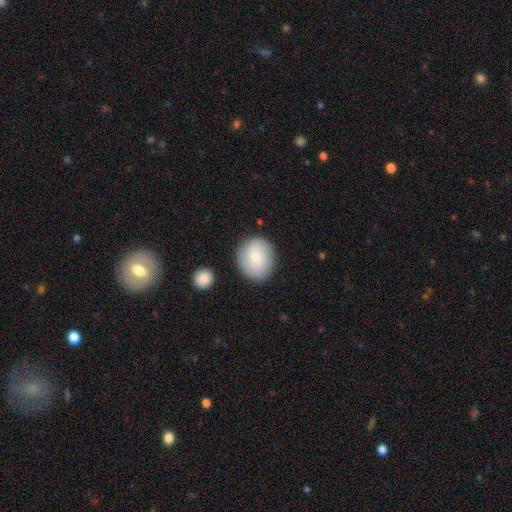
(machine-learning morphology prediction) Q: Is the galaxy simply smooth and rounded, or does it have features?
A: smooth — 74%.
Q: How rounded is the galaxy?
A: round — 73%.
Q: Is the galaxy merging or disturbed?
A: none — 81%.